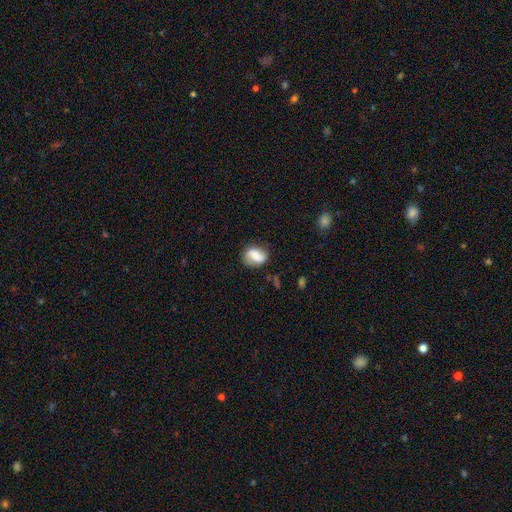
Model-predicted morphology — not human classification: This is likely a smooth galaxy (66%). How rounded: likely in between (63%). Merging: likely none (65%).